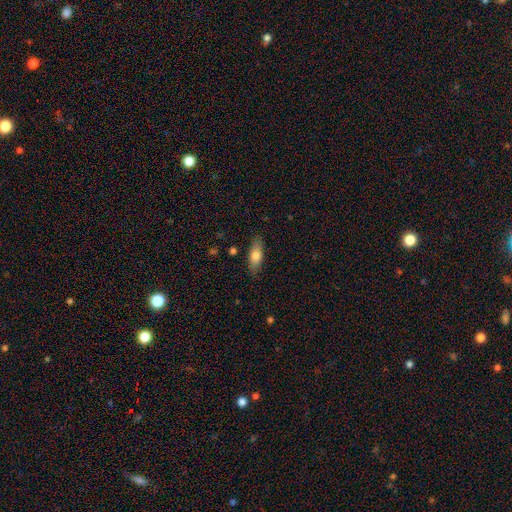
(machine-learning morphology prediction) Smooth or featured? smooth (74%)
How rounded? in between (69%)
Merging? none (84%)